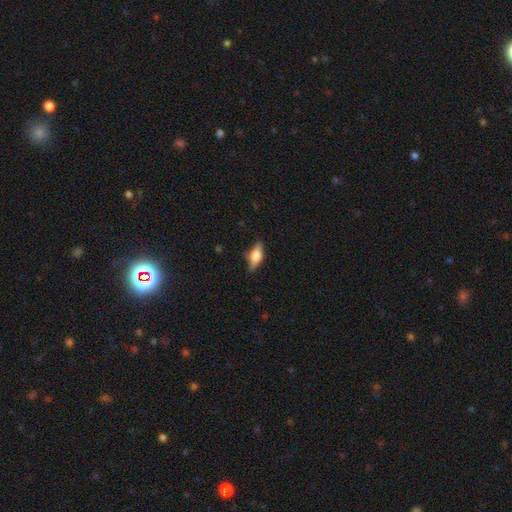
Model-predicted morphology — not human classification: A smooth galaxy with no disk features (57%) that is in between round and cigar-shaped (75%).

Vote fractions:
- Smooth or featured? smooth: 57% / featured or disk: 35% / star or artifact: 8%
- How rounded? in between: 75% / cigar-shaped: 20% / round: 5%
- Merging? none: 73% / minor disturbance: 21% / major disturbance: 5% / merger: 2%